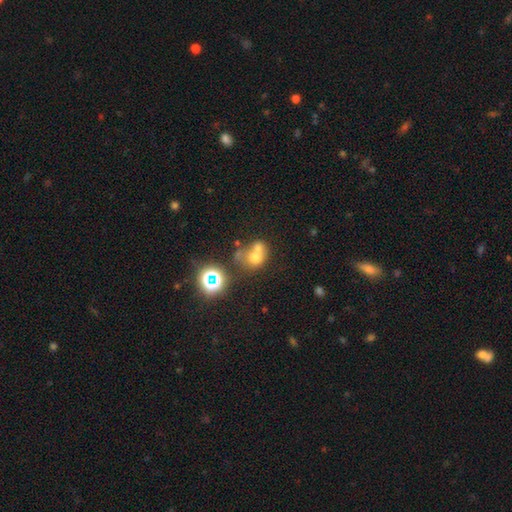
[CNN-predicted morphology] smooth 58%, star or artifact 21%, featured or disk 21%. Down the decision tree: how rounded — round (65%); merging — merger (57%).